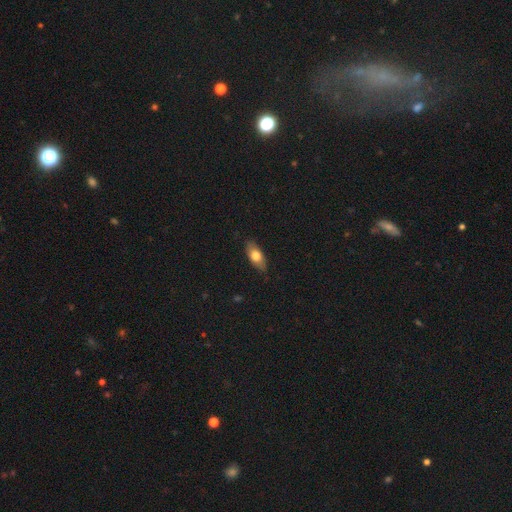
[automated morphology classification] Smooth or featured? Predicted: smooth (p=0.71). How rounded? Predicted: in between (p=0.86). Merging? Predicted: none (p=0.85).